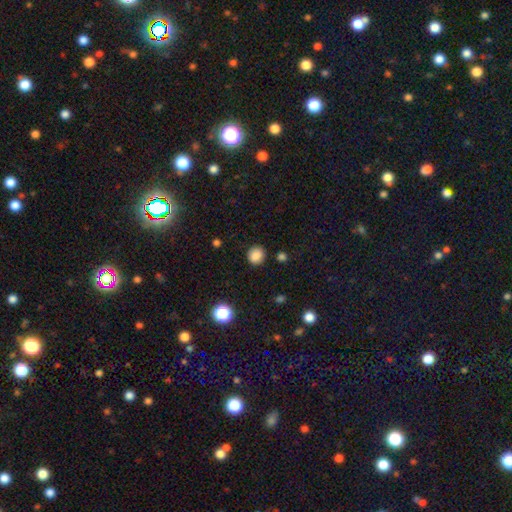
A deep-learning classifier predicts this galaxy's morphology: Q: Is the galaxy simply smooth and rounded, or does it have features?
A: smooth — 85%.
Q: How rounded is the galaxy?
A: round — 84%.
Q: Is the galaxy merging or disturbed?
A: none — 88%.